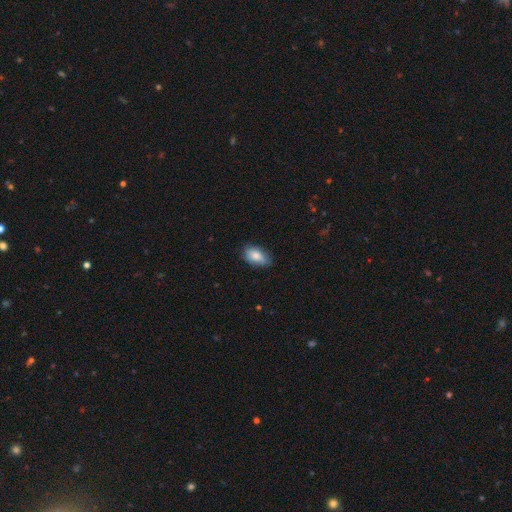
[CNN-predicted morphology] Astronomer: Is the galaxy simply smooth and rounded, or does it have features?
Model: smooth — 82%.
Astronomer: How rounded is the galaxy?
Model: in between — 92%.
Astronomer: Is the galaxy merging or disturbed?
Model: none — 71%.